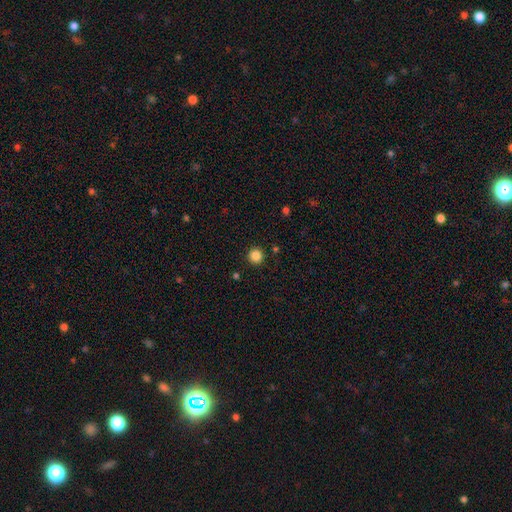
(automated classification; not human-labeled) Smooth or featured? Predicted: smooth (p=0.85). How rounded? Predicted: round (p=0.95). Merging? Predicted: none (p=0.92).